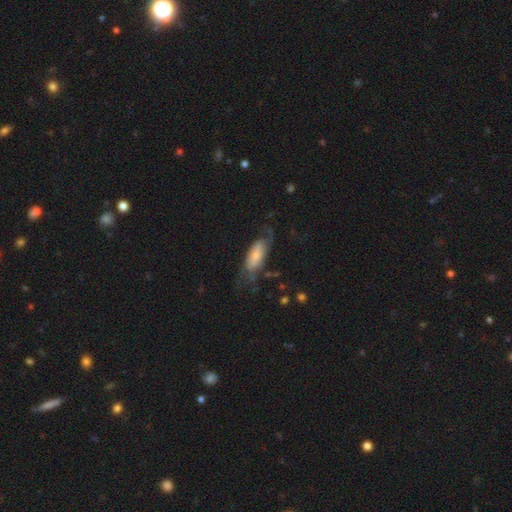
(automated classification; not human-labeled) Smooth or featured?
  - featured or disk: 47% * (tied)
  - smooth: 47% * (tied)
  - star or artifact: 7%
Merging?
  - none: 47% *
  - major disturbance: 28%
  - minor disturbance: 23%
  - merger: 2%